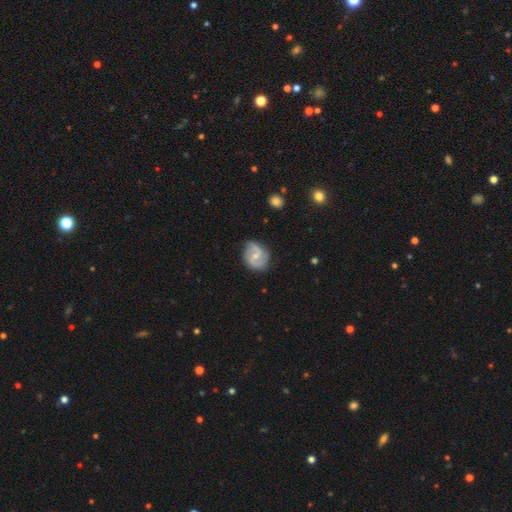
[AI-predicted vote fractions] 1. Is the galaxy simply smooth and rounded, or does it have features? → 75% featured or disk, 20% smooth, 6% star or artifact.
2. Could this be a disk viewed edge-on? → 98% no, 2% yes.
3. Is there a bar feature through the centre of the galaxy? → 52% weak, 35% no, 13% strong.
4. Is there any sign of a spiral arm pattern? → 92% yes, 8% no.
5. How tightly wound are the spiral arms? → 47% medium, 29% loose, 24% tight.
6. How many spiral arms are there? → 85% 2, 7% can't tell, 3% 3, 2% 1, 1% 4, 1% more than 4.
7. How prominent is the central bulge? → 54% small, 41% moderate, 3% none, 1% large, 1% dominant.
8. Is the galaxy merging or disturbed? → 70% none, 23% minor disturbance, 6% major disturbance, 2% merger.